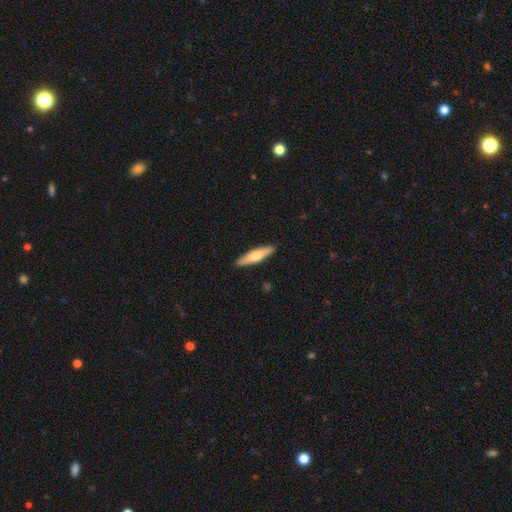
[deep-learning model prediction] The model was most divided on "smooth or featured": smooth: 57%, featured or disk: 38%, star or artifact: 5%. More confident: merging — none (91%); how rounded — cigar-shaped (76%).